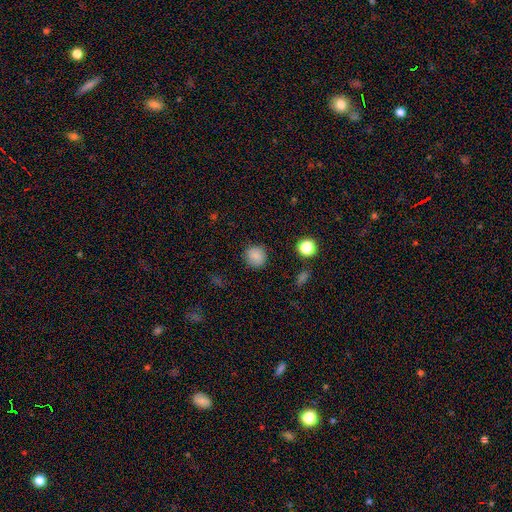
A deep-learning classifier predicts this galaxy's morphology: A smooth galaxy with no disk features (84%) that is round (90%).

Vote fractions:
- Smooth or featured? smooth: 84% / star or artifact: 12% / featured or disk: 4%
- How rounded? round: 90% / in between: 9% / cigar-shaped: 1%
- Merging? none: 87% / minor disturbance: 9% / major disturbance: 3% / merger: 1%